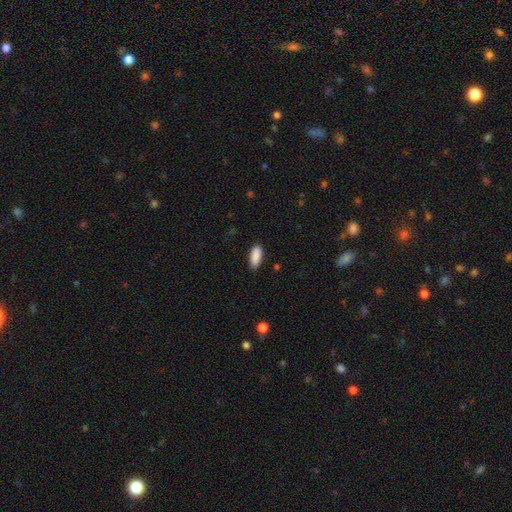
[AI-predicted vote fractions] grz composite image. It shows a smooth galaxy with no disk features (90%) that is in between round and cigar-shaped (78%). Merging: none (86%).